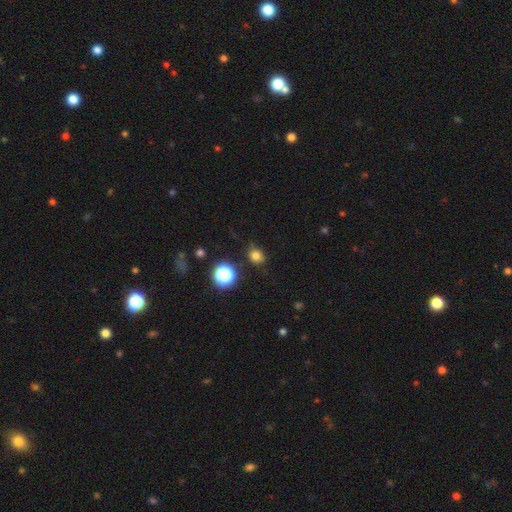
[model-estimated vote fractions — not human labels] A smooth galaxy with no disk features (76%) that is round (70%). Merging: none (75%).